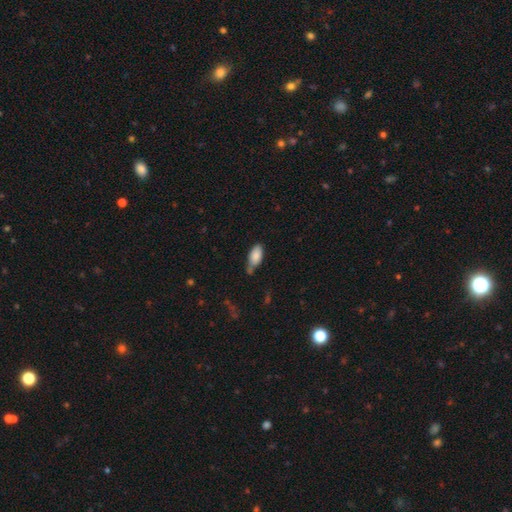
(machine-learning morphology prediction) This appears to be a smooth galaxy with no disk features (86%) that is in between round and cigar-shaped (91%). Merging: none (53%).